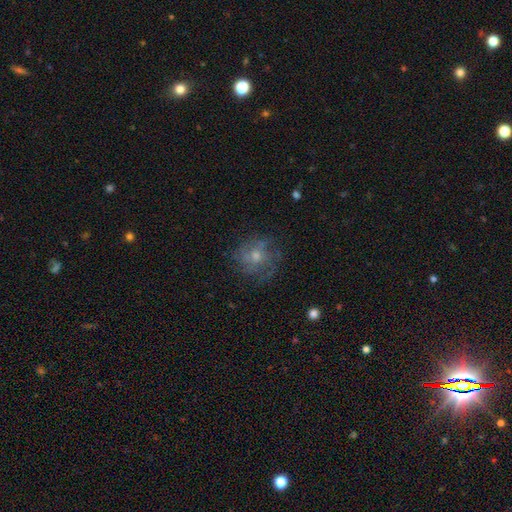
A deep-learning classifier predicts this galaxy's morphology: featured or disk 52%, smooth 32%, star or artifact 16%. Down the decision tree: edge-on disk — no (97%); bar — no (77%); spiral arms — yes (69%); bulge size — moderate (52%); merging — none (69%).